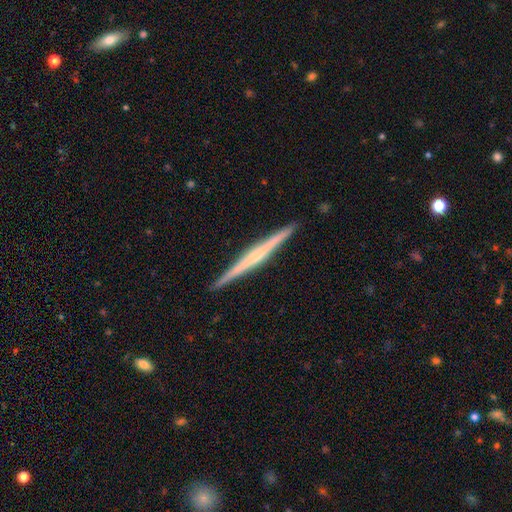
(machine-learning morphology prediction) This appears to be a featured or disk galaxy (72%) viewed edge-on (98%) with no central bulge (48%). Merging: none (92%).